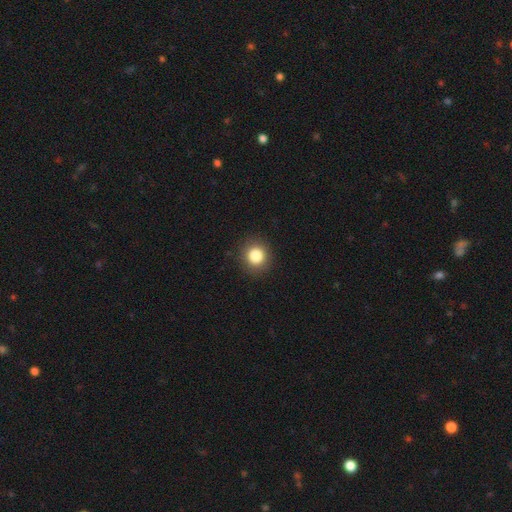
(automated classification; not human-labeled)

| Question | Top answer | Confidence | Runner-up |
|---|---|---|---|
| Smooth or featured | smooth | 84% | star or artifact (11%) |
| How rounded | round | 88% | in between (11%) |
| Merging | none | 91% | minor disturbance (6%) |